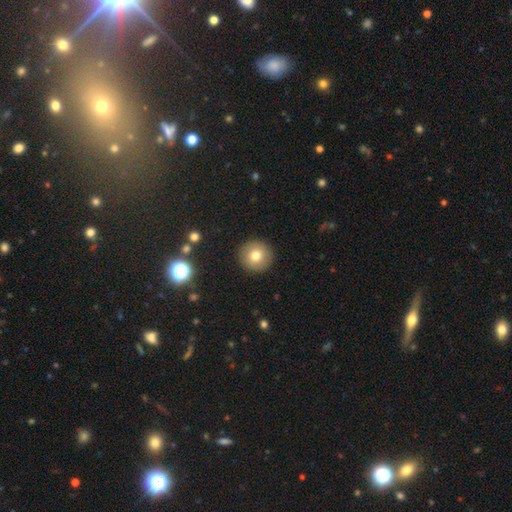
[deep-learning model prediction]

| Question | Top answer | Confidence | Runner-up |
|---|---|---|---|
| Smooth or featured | smooth | 76% | featured or disk (14%) |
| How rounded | round | 95% | in between (4%) |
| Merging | none | 91% | minor disturbance (5%) |